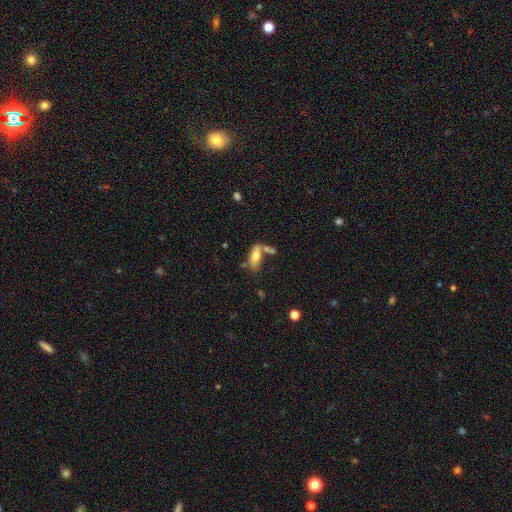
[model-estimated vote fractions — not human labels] smooth_or_featured: smooth (p=0.69) [alt: featured or disk p=0.24]
how_rounded: in between (p=0.79) [alt: cigar-shaped p=0.18]
merging: none (p=0.50) [alt: merger p=0.27]